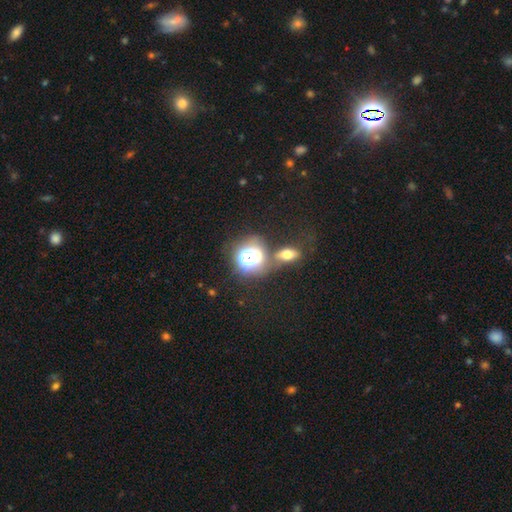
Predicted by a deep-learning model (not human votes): Smooth or featured: star or artifact — 50% (smooth — 38%)